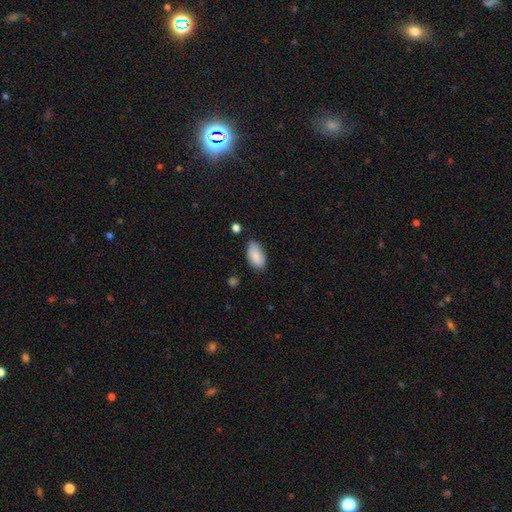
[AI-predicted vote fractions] Smooth or featured? Predicted: smooth (p=0.84). How rounded? Predicted: in between (p=0.94). Merging? Predicted: none (p=0.72).